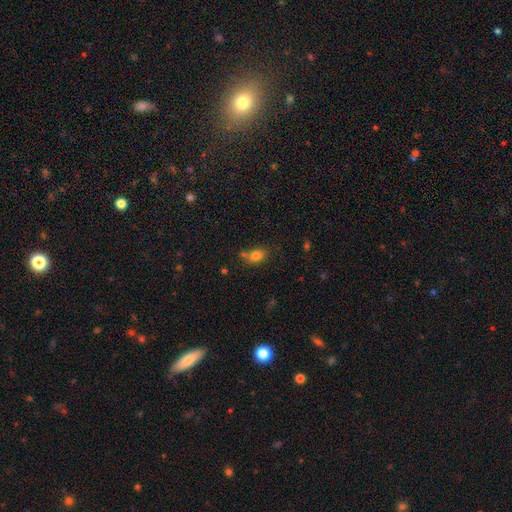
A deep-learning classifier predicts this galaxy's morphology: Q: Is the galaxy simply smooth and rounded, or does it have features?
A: smooth — 80%.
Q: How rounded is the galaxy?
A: in between — 72%.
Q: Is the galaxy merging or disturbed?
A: none — 61%.